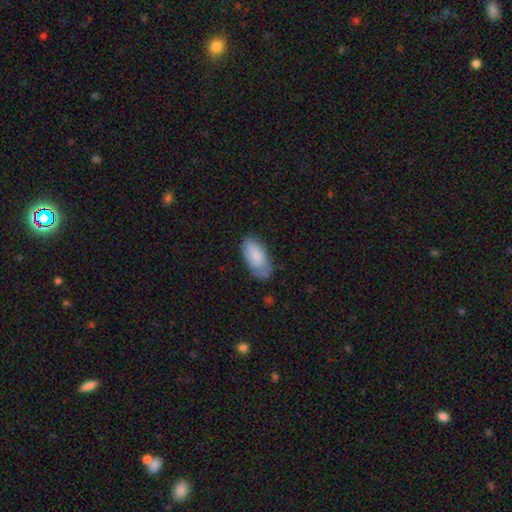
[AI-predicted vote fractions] This appears to be a smooth galaxy with no disk features (77%) that is in between round and cigar-shaped (93%). Merging: none (66%).